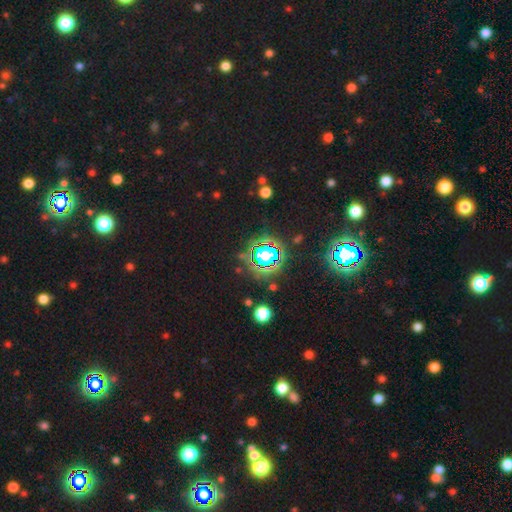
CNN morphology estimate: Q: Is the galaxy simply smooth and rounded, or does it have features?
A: star or artifact — 80%.